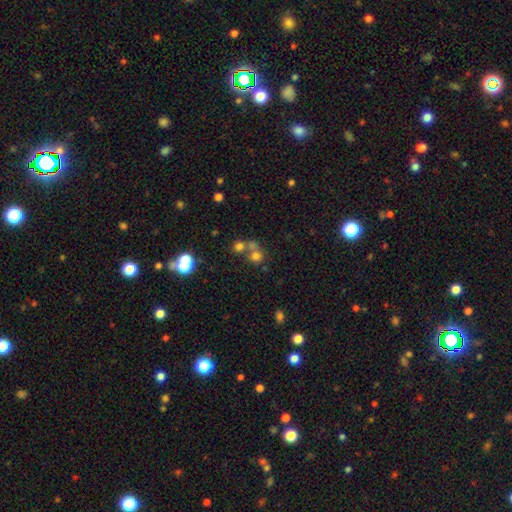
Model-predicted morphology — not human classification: This appears to be a smooth galaxy with no disk features (57%) that is round (87%). Merging: none (50%).